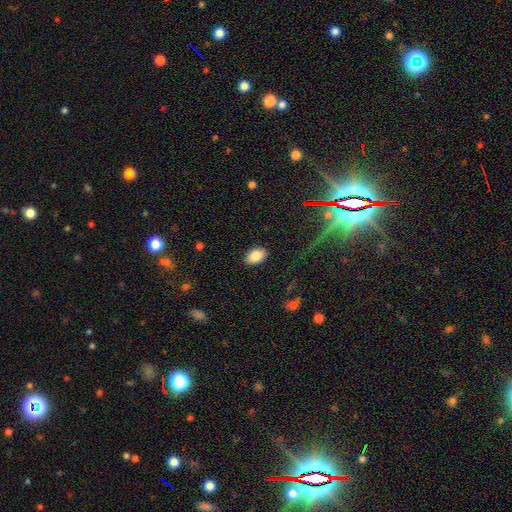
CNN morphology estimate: Smooth or featured? Predicted: smooth (p=0.84). How rounded? Predicted: in between (p=0.88). Merging? Predicted: none (p=0.88).